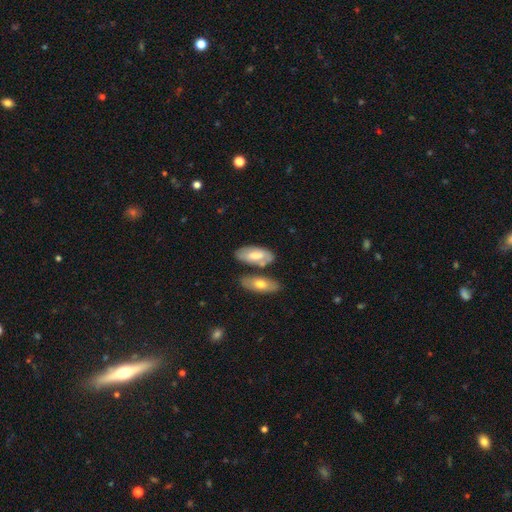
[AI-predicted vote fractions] Q: Smooth or featured?
A: smooth (60%); runner-up: featured or disk (35%)
Q: How rounded?
A: in between (88%); runner-up: cigar-shaped (10%)
Q: Merging?
A: none (59%); runner-up: merger (22%)